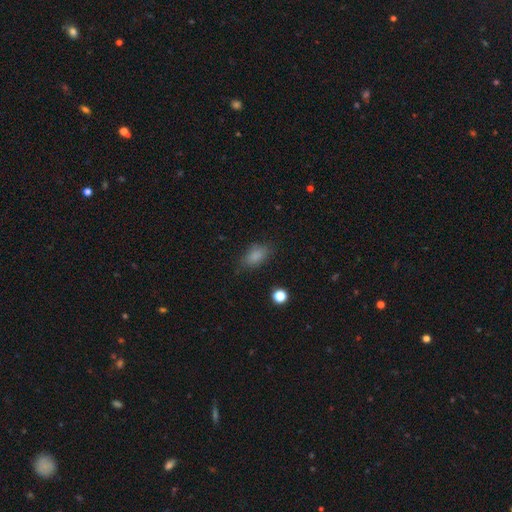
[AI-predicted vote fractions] Smooth or featured? smooth (83%)
How rounded? in between (87%)
Merging? none (76%)